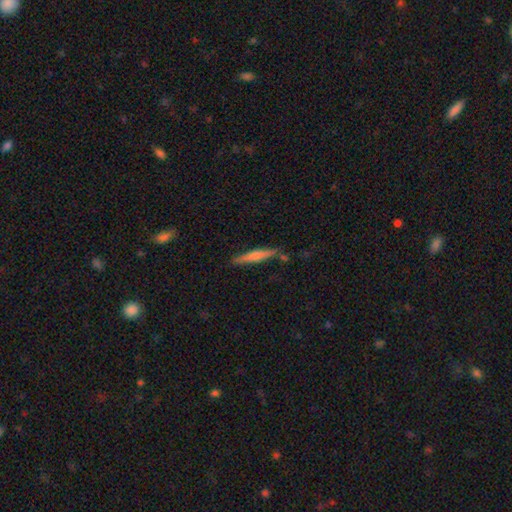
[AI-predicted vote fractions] Overall: smooth (59%; featured or disk 35%). How rounded: cigar-shaped (92%). Merging: none (78%).